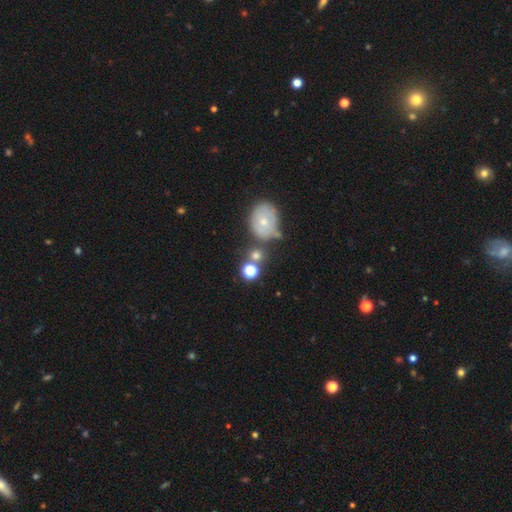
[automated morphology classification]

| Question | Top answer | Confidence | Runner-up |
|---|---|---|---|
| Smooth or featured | smooth | 66% | star or artifact (19%) |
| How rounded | round | 77% | in between (21%) |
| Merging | none | 55% | merger (27%) |